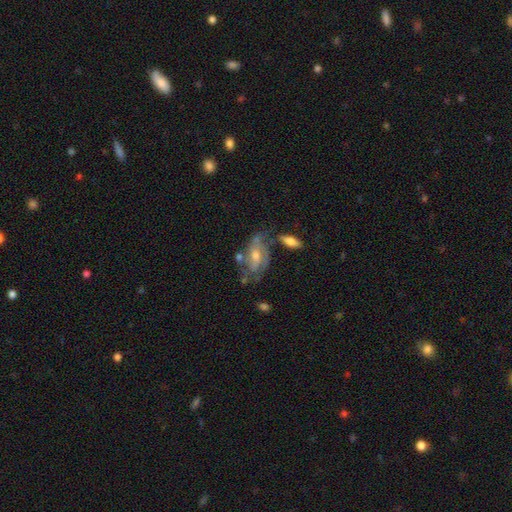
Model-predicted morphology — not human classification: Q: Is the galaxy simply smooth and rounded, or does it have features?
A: featured or disk — 73%.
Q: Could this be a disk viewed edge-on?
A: no — 93%.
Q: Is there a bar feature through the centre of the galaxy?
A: no — 52%.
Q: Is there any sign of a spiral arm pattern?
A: yes — 81%.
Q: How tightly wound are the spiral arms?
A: medium — 44%.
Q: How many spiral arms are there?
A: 2 — 50%.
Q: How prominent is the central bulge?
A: moderate — 56%.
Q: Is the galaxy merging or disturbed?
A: none — 49%.